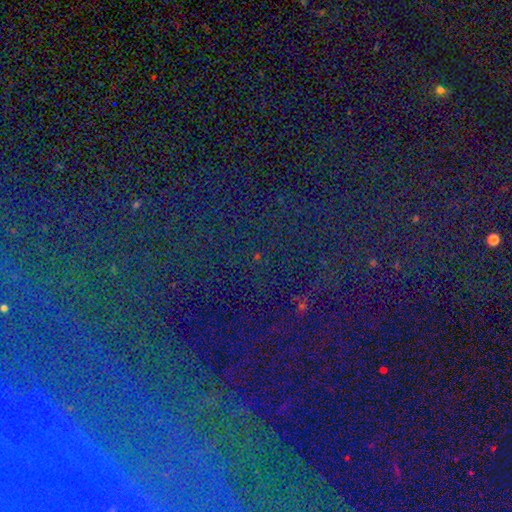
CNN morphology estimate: star or artifact 76%, smooth 12%, featured or disk 12%.